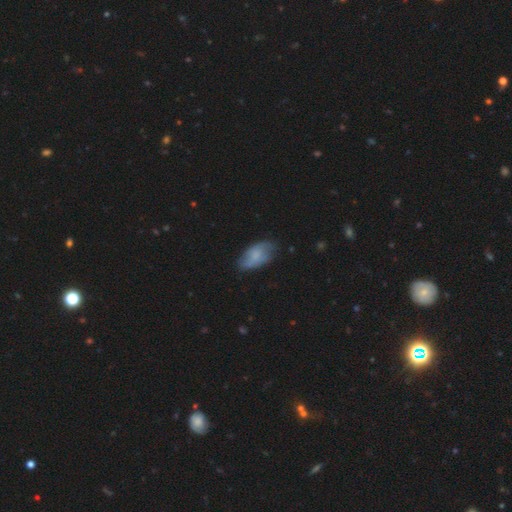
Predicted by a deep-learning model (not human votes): smooth 66%, featured or disk 27%, star or artifact 7%. Down the decision tree: how rounded — in between (93%); merging — none (66%).